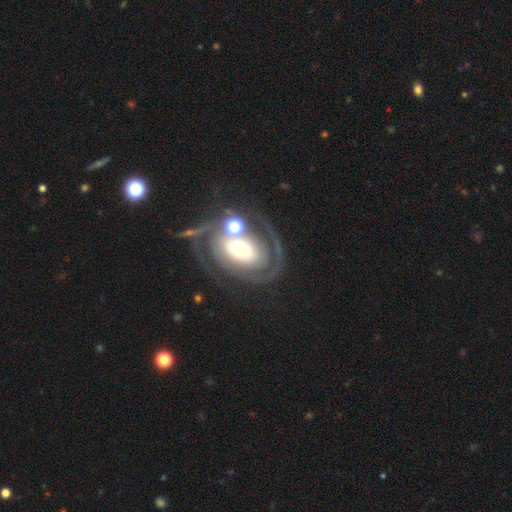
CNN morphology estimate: A featured or disk galaxy (80%) with no bar (49%), 2 (48%) tight (56%) spiral arms (84%) and a moderate central bulge (45%). Merging: none (52%).